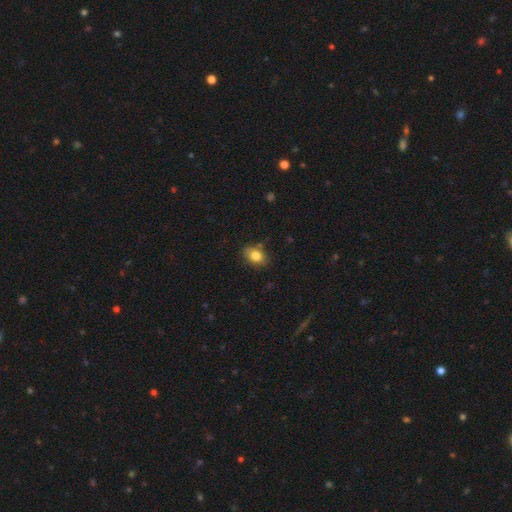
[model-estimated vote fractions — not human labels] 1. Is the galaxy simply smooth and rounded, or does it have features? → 81% smooth, 9% star or artifact, 9% featured or disk.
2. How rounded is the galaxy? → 72% in between, 27% round, 1% cigar-shaped.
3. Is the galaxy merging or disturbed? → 79% none, 15% minor disturbance, 3% major disturbance, 3% merger.